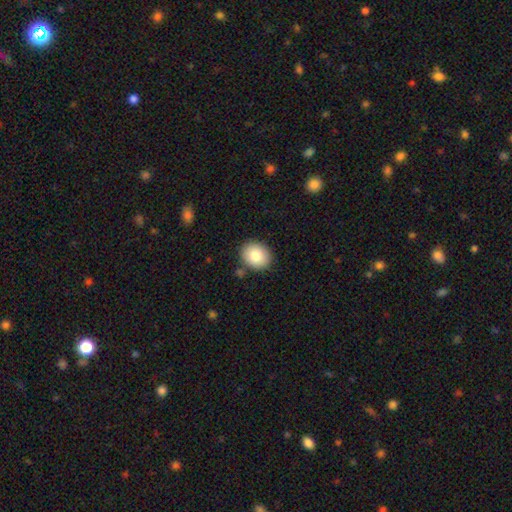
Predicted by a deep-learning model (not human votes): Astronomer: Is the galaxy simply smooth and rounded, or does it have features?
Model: smooth — 82%.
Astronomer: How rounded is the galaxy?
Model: round — 62% (runner-up: in between, 38%).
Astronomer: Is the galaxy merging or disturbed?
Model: none — 85%.